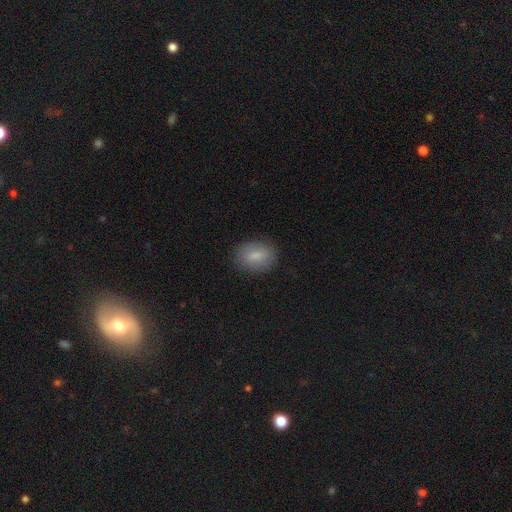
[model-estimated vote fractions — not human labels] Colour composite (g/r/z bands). It shows a smooth galaxy with no disk features (80%) that is in between round and cigar-shaped (74%). Merging: none (84%).